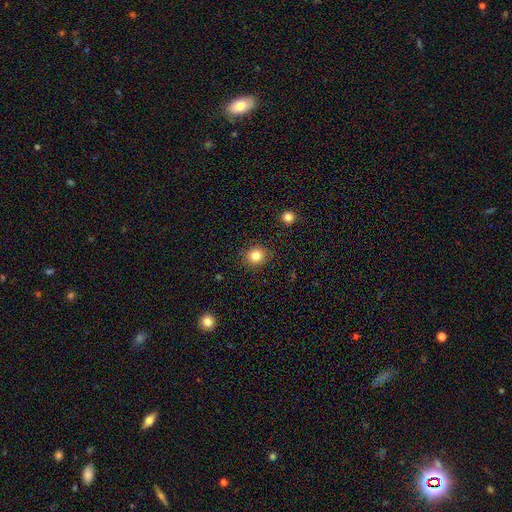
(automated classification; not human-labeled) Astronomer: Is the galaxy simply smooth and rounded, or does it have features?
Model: smooth — 82%.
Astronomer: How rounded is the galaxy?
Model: round — 83%.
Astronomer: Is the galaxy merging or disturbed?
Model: none — 89%.